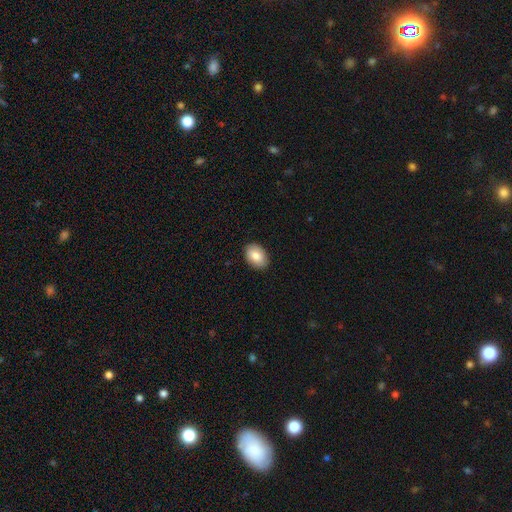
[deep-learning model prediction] A smooth galaxy with no disk features (85%) that is in between round and cigar-shaped (85%).

Vote fractions:
- Smooth or featured? smooth: 85% / featured or disk: 8% / star or artifact: 7%
- How rounded? in between: 85% / round: 14% / cigar-shaped: 1%
- Merging? none: 90% / minor disturbance: 8% / major disturbance: 2% / merger: 1%